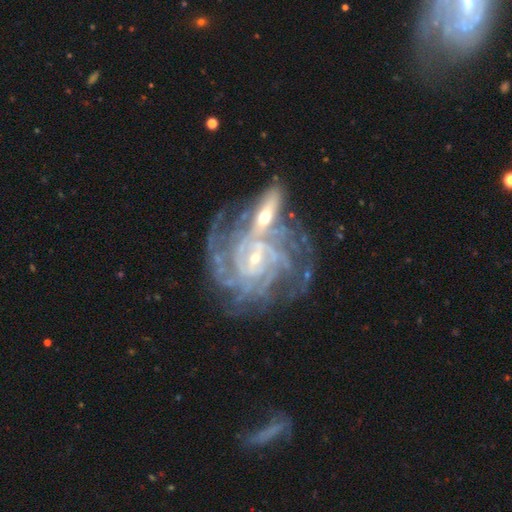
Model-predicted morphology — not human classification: Smooth or featured? featured or disk (90%)
Edge-on disk? no (97%)
Bar? no (55%)
Spiral arms? yes (98%)
Spiral winding? tight (74%)
Spiral arm count? can't tell (25%)
Bulge size? small (79%)
Merging? merger (44%)